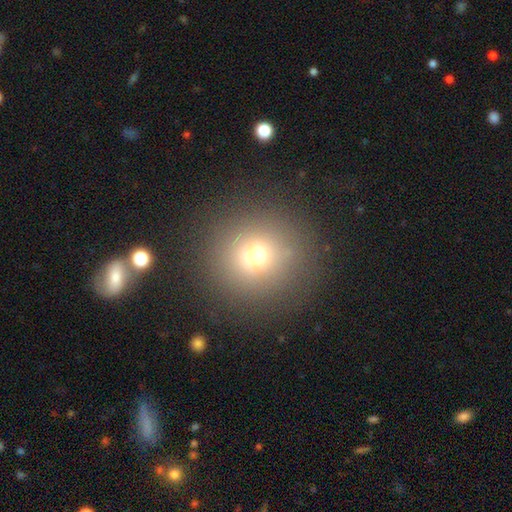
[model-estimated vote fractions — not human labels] Q: Smooth or featured?
A: smooth (71%); runner-up: star or artifact (18%)
Q: How rounded?
A: round (93%); runner-up: in between (6%)
Q: Merging?
A: none (86%); runner-up: minor disturbance (8%)